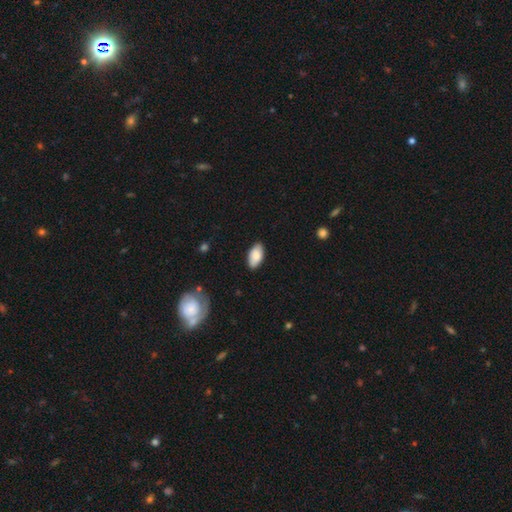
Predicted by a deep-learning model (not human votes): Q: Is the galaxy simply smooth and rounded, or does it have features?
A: smooth — 86%.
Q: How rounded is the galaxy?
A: in between — 95%.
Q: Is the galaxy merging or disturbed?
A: none — 85%.